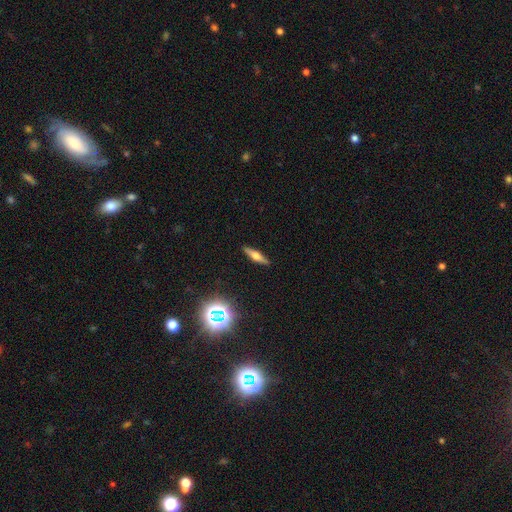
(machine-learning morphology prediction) This appears to be a featured or disk galaxy (53%) viewed edge-on (94%). Merging: none (91%).